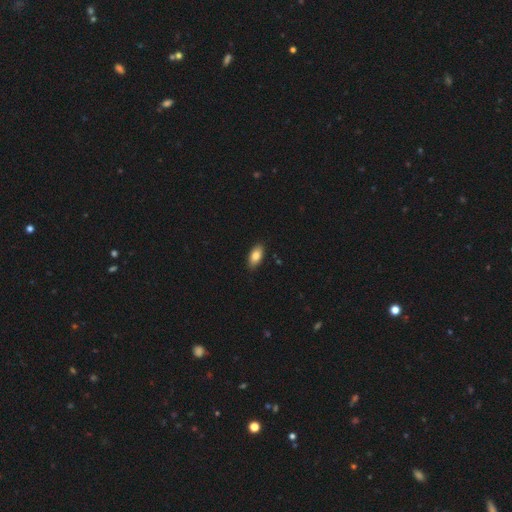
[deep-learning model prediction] The model was most divided on "smooth or featured": smooth: 84%, featured or disk: 9%, star or artifact: 7%. More confident: how rounded — in between (91%); merging — none (88%).